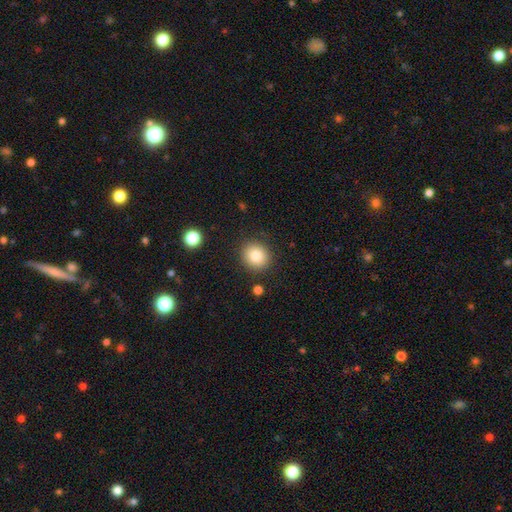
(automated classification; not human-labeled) Smooth or featured: smooth — 83% (star or artifact — 10%)
How rounded: round — 85% (in between — 15%)
Merging: none — 88% (minor disturbance — 7%)